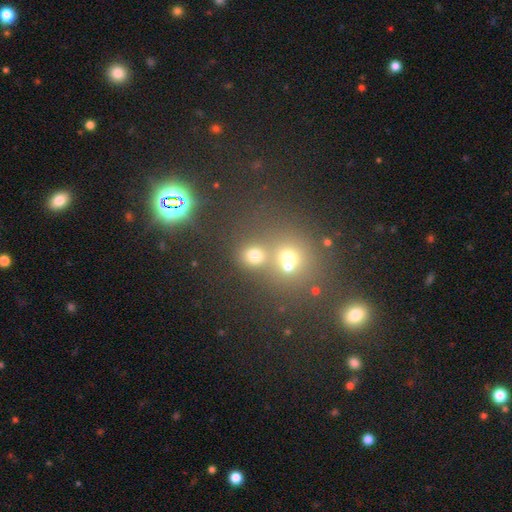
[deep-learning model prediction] Morphology: type=smooth (52%); roundness=round (78%); merging=none (45%, tied with merger).